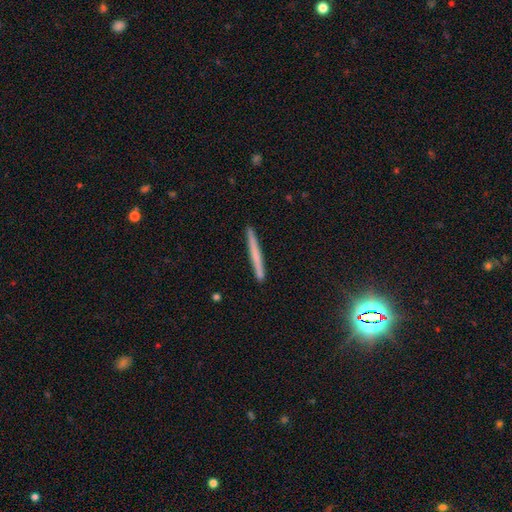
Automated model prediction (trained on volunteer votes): This is possibly a smooth galaxy (55%). How rounded: clearly cigar-shaped (97%). Merging: clearly none (90%).